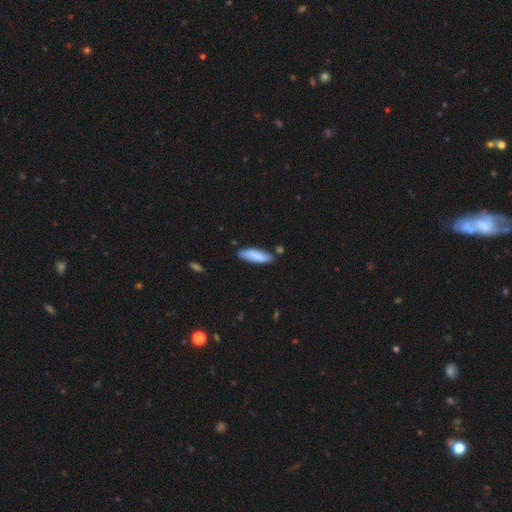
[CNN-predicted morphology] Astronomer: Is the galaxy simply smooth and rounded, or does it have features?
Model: smooth — 85%.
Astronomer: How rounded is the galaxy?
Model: cigar-shaped — 56% (runner-up: in between, 43%).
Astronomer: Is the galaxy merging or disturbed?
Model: none — 77%.